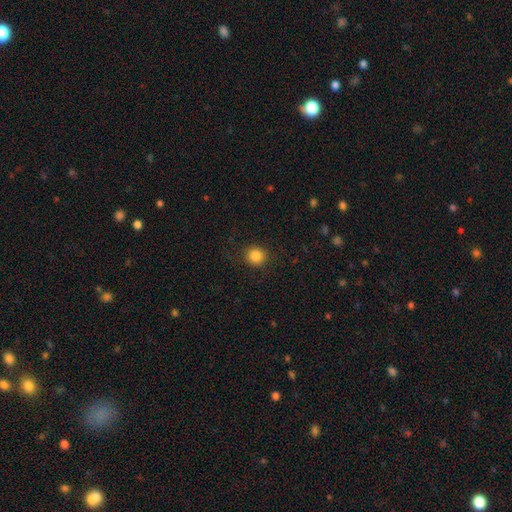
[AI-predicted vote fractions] A smooth galaxy with no disk features (85%) that is round (90%). Merging: none (89%).